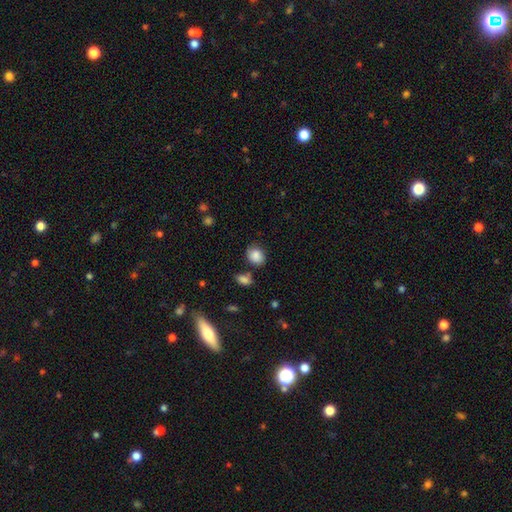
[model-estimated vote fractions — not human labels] This appears to be a smooth galaxy with no disk features (86%) that is round (53%). Merging: none (70%).